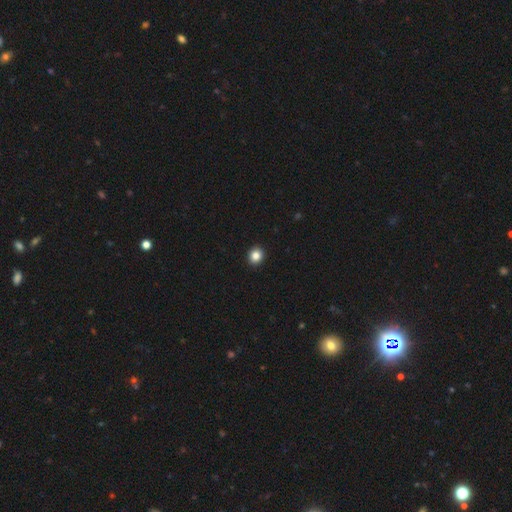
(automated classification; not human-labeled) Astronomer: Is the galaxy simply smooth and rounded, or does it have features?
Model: smooth — 84%.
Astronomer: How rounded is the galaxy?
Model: round — 81%.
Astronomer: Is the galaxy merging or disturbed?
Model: none — 93%.